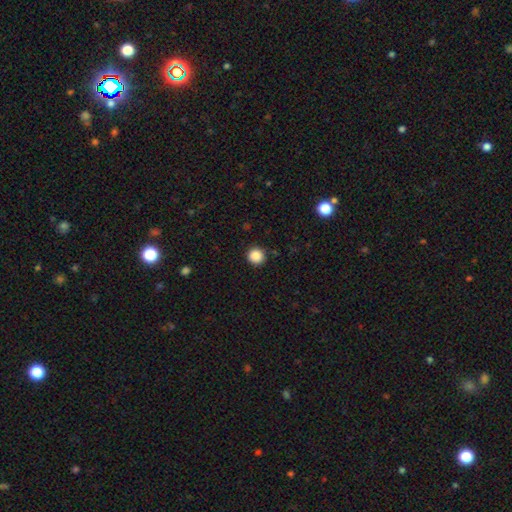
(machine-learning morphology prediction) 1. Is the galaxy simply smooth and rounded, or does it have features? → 88% smooth, 10% star or artifact, 3% featured or disk.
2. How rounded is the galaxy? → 94% round, 5% in between, 1% cigar-shaped.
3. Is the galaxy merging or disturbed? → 91% none, 6% minor disturbance, 2% major disturbance, 1% merger.